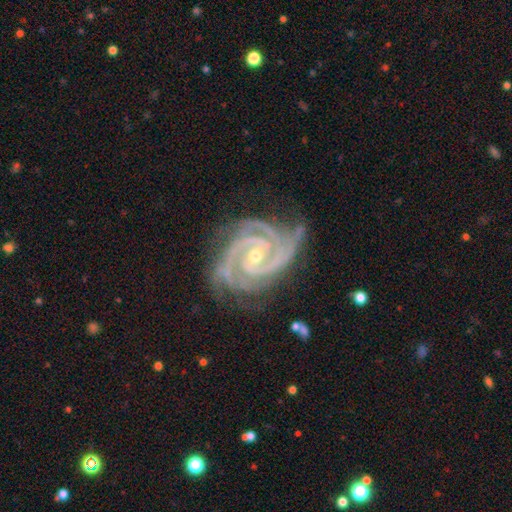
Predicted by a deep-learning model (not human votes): This appears to be a featured or disk galaxy (94%) with no bar (49%), 3 (39%) tight (75%) spiral arms (99%) and a small central bulge (57%). Merging: none (70%).